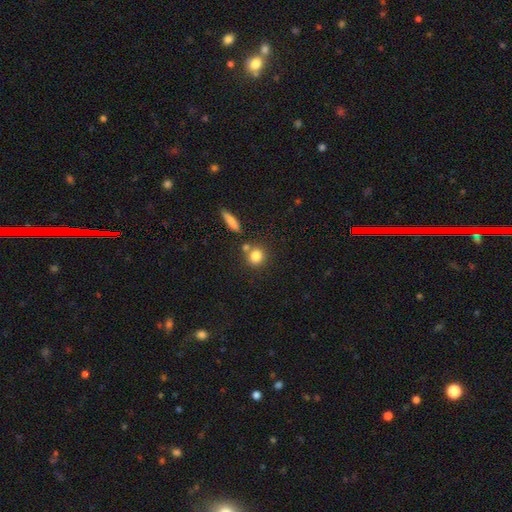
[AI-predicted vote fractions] The model was most divided on "merging": none: 66%, merger: 21%, minor disturbance: 10%, major disturbance: 3%. More confident: smooth or featured — smooth (82%); how rounded — round (81%).